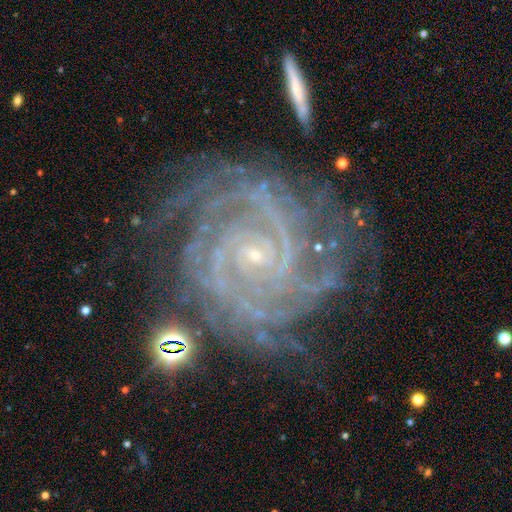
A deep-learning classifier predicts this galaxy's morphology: The model was most divided on "spiral arm count": 4: 22%, 2: 21%, 3: 18%, more than 4: 16%, can't tell: 15%, 1: 8%. More confident: spiral arms — yes (99%); edge-on disk — no (98%); smooth or featured — featured or disk (92%); bulge size — small (88%); spiral winding — tight (78%); merging — none (68%); bar — no (60%).